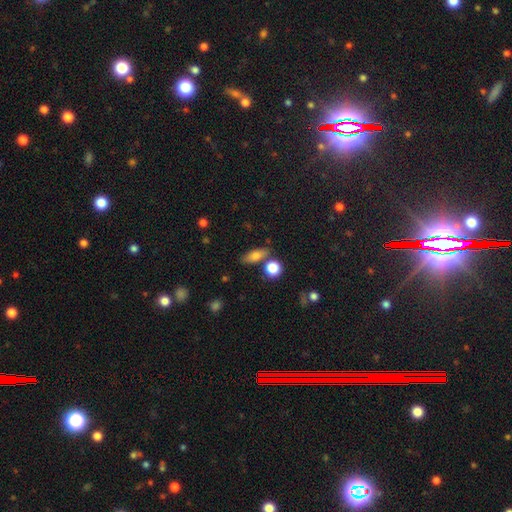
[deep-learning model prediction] Smooth or featured? smooth (75%)
How rounded? in between (64%)
Merging? none (74%)